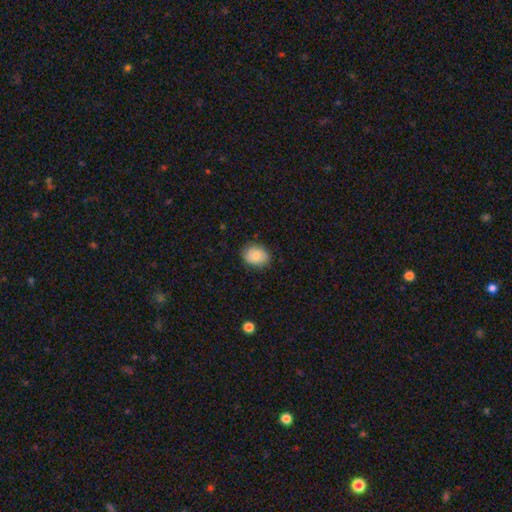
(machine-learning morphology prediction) smooth_or_featured: smooth (p=0.85) [alt: featured or disk p=0.08]
how_rounded: in between (p=0.60) [alt: round p=0.39]
merging: none (p=0.83) [alt: minor disturbance p=0.13]